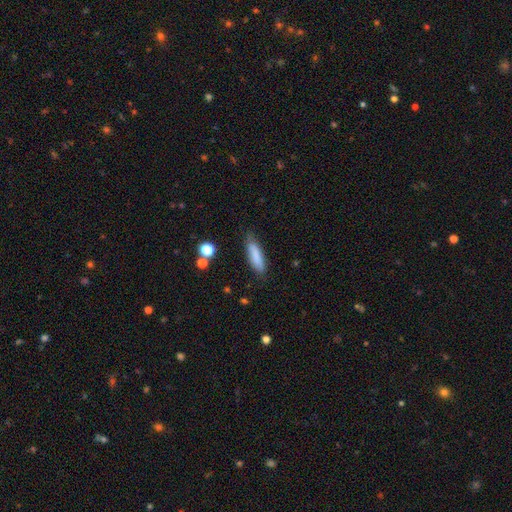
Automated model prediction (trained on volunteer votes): Smooth or featured? Predicted: smooth (p=0.83). How rounded? Predicted: cigar-shaped (p=0.66). Merging? Predicted: none (p=0.77).